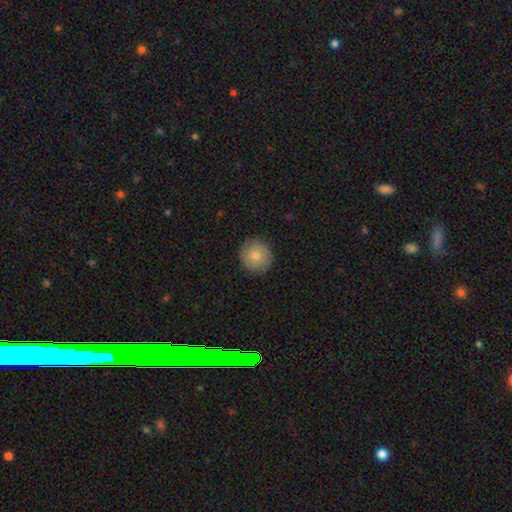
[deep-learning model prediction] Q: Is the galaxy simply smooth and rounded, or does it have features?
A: smooth — 74%.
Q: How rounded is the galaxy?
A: round — 93%.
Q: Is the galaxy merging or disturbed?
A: none — 87%.